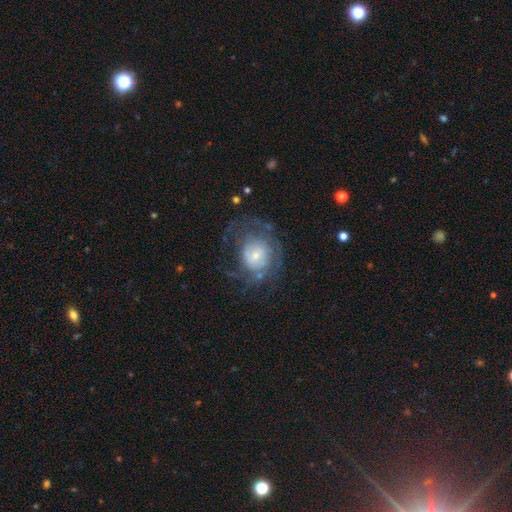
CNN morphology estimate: This appears to be a featured or disk galaxy (65%) with no bar (67%), spiral arms (74%) and a small central bulge (52%). Merging: none (51%).